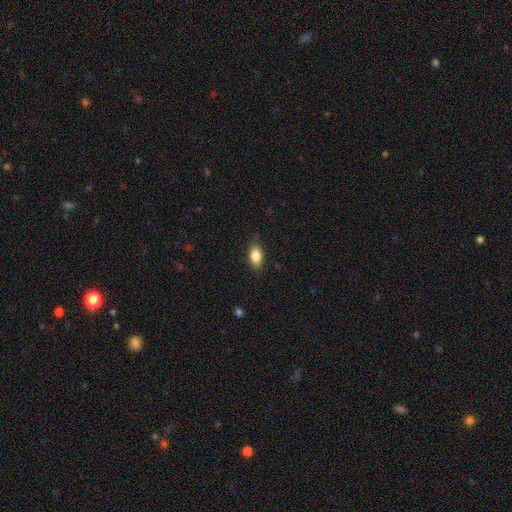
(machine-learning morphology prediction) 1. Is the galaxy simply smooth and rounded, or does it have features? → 84% smooth, 8% featured or disk, 8% star or artifact.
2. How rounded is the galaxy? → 89% in between, 6% cigar-shaped, 5% round.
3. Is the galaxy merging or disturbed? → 83% none, 13% minor disturbance, 3% major disturbance, 1% merger.